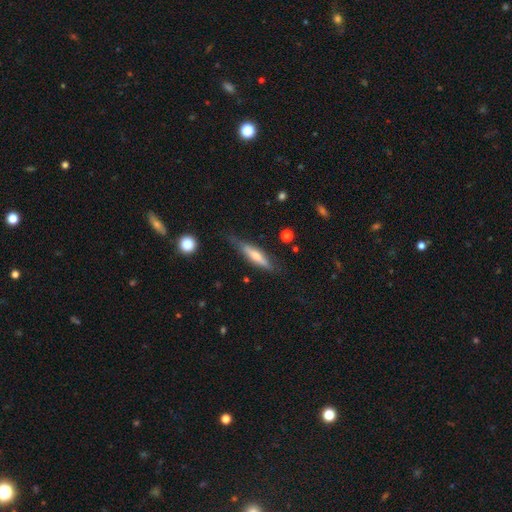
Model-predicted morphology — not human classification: Q: Smooth or featured?
A: featured or disk (52%); runner-up: smooth (41%)
Q: Edge-on disk?
A: yes (91%); runner-up: no (9%)
Q: Merging?
A: none (72%); runner-up: minor disturbance (21%)